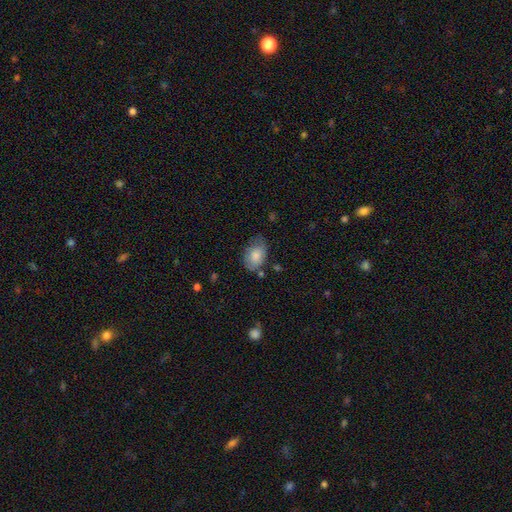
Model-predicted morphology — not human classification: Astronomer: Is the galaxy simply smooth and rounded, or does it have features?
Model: smooth — 78%.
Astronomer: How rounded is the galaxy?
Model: in between — 85%.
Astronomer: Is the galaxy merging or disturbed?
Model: none — 55% (runner-up: minor disturbance, 33%).